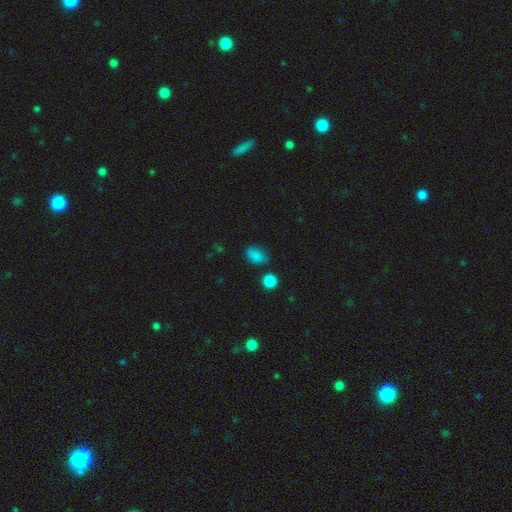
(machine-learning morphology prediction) smooth-or-featured: smooth: 80% | star or artifact: 13% | featured or disk: 7%
  how-rounded: in between: 74% | round: 24% | cigar-shaped: 2%
  merging: none: 60% | minor disturbance: 27% | major disturbance: 7% | merger: 5%